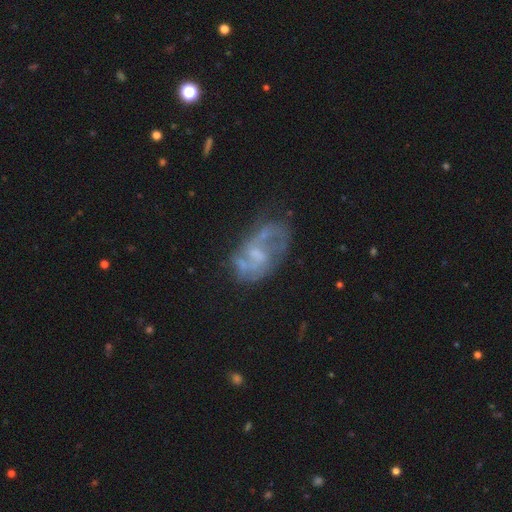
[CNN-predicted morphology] This is likely a featured or disk galaxy (71%). It is clearly not viewed edge-on (97%). Bar: possibly no (46%). Spiral arm pattern: likely yes (62%). Central bulge: marginally small (36%). Merging: possibly none (46%).